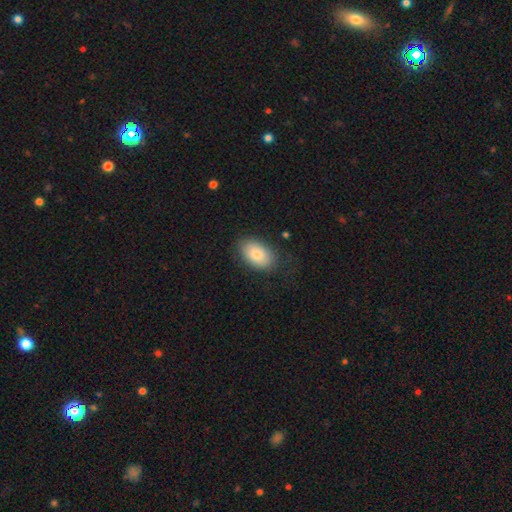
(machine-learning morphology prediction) Smooth or featured?
  - smooth: 80% *
  - featured or disk: 12%
  - star or artifact: 8%
How rounded?
  - in between: 89% *
  - round: 9%
  - cigar-shaped: 1%
Merging?
  - none: 78% *
  - minor disturbance: 16%
  - major disturbance: 4%
  - merger: 1%